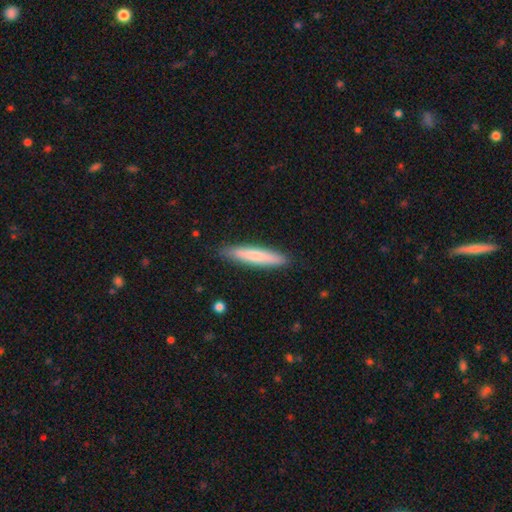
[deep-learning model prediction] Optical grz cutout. It shows a smooth galaxy with no disk features (76%) that is cigar-shaped (90%). Merging: none (89%).